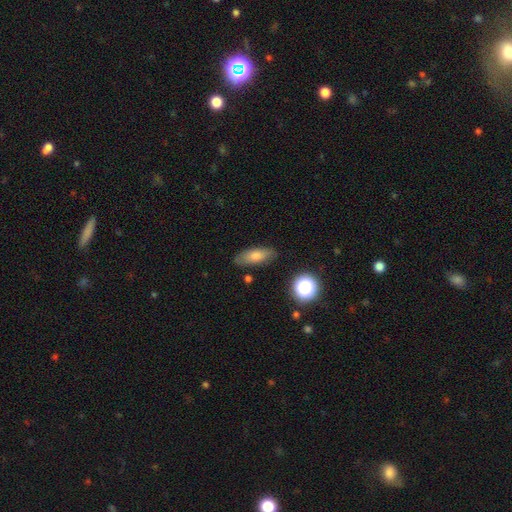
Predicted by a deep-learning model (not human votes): Q: Smooth or featured?
A: smooth (73%); runner-up: featured or disk (17%)
Q: How rounded?
A: in between (67%); runner-up: cigar-shaped (28%)
Q: Merging?
A: none (82%); runner-up: minor disturbance (13%)